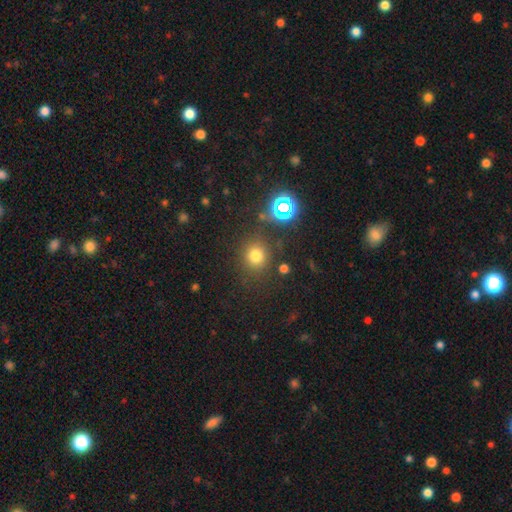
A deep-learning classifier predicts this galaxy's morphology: Smooth or featured? smooth (71%)
How rounded? round (86%)
Merging? none (81%)